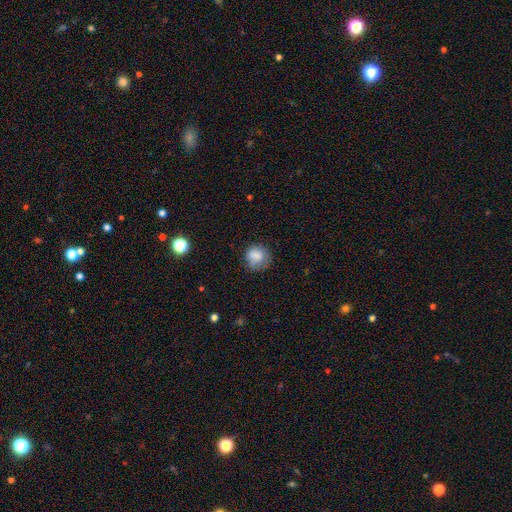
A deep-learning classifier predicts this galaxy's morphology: Smooth or featured?
  - smooth: 82% *
  - star or artifact: 10%
  - featured or disk: 9%
How rounded?
  - round: 83% *
  - in between: 16%
  - cigar-shaped: 1%
Merging?
  - none: 65% *
  - minor disturbance: 24%
  - major disturbance: 9%
  - merger: 2%